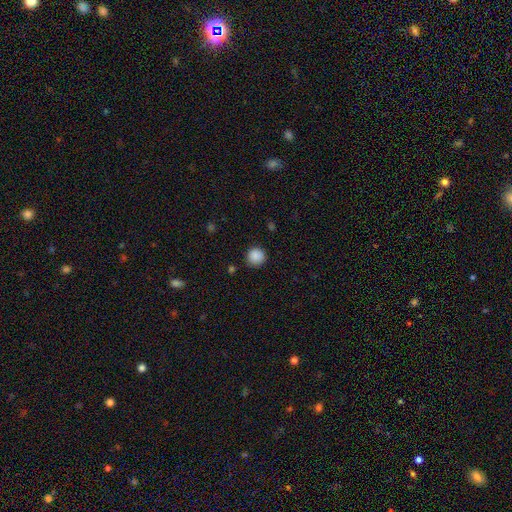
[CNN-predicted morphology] Smooth or featured: smooth — 88% (star or artifact — 9%)
How rounded: round — 94% (in between — 5%)
Merging: none — 88% (minor disturbance — 9%)